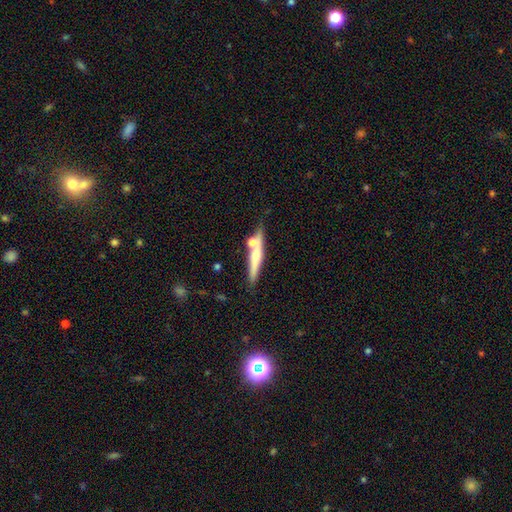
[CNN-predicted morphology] A featured or disk galaxy (47%). Merging: none (64%).